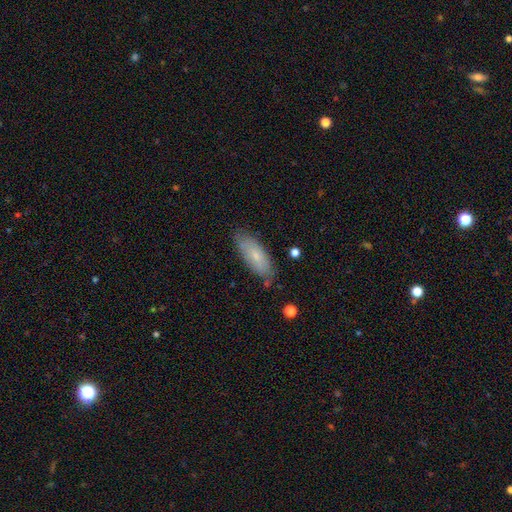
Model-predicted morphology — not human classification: Q: Smooth or featured?
A: smooth (69%); runner-up: featured or disk (24%)
Q: How rounded?
A: in between (73%); runner-up: cigar-shaped (25%)
Q: Merging?
A: none (76%); runner-up: minor disturbance (19%)